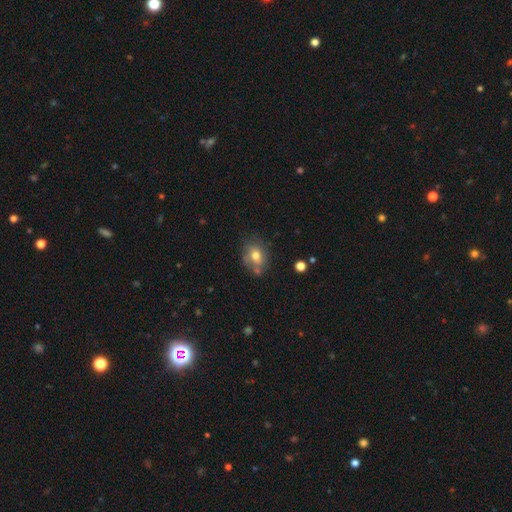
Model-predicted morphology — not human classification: smooth 68%, featured or disk 22%, star or artifact 10%. Down the decision tree: how rounded — in between (60%); merging — none (62%).